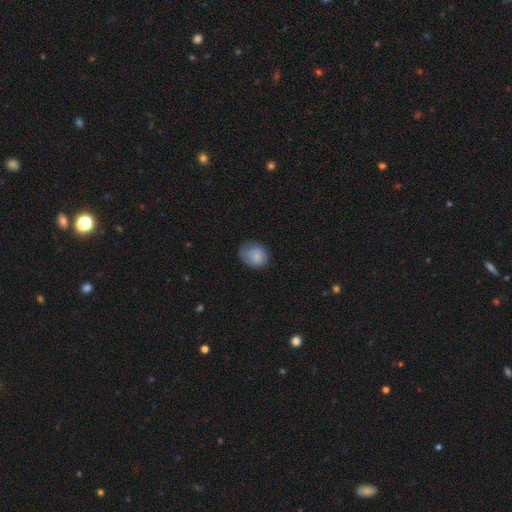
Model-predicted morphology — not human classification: smooth_or_featured: smooth (p=0.82) [alt: featured or disk p=0.10]
how_rounded: round (p=0.56) [alt: in between p=0.43]
merging: none (p=0.49) [alt: minor disturbance p=0.34]